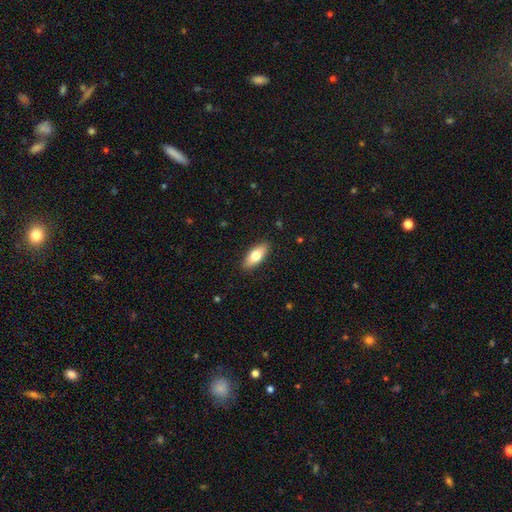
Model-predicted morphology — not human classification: Smooth or featured?
  - smooth: 72% *
  - featured or disk: 22%
  - star or artifact: 6%
How rounded?
  - in between: 80% *
  - cigar-shaped: 18%
  - round: 3%
Merging?
  - none: 89% *
  - minor disturbance: 8%
  - major disturbance: 2%
  - merger: 1%